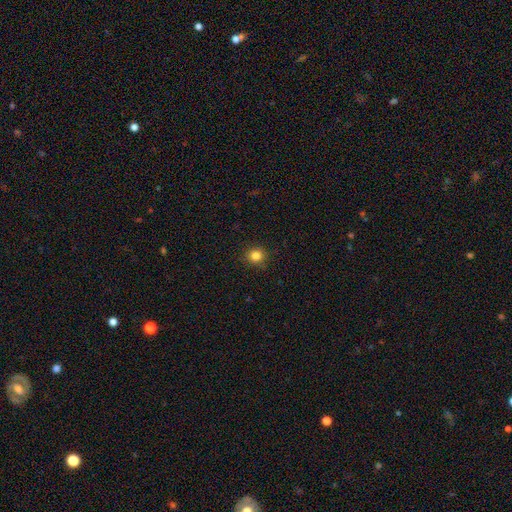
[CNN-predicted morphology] Overall: smooth (83%). How rounded: round (88%). Merging: none (89%).